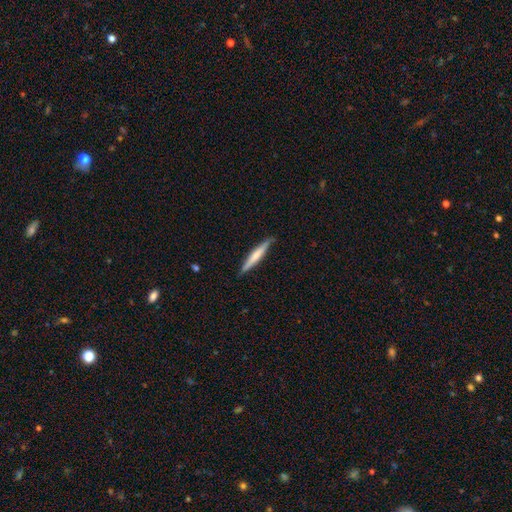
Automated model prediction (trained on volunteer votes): The model was most divided on "smooth or featured": smooth: 55%, featured or disk: 40%, star or artifact: 5%. More confident: how rounded — cigar-shaped (94%); merging — none (85%).